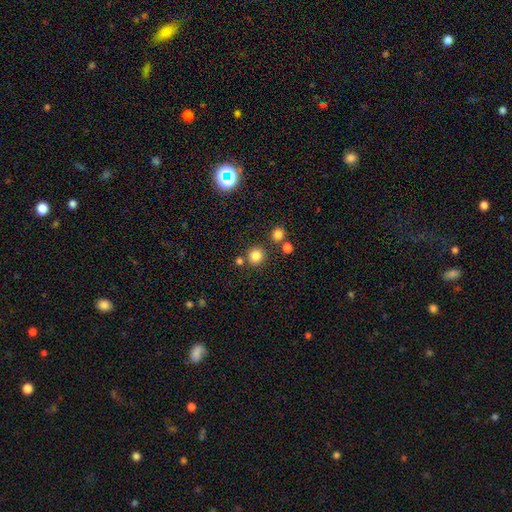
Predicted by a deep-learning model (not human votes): Q: Smooth or featured?
A: smooth (82%); runner-up: star or artifact (13%)
Q: How rounded?
A: round (91%); runner-up: in between (8%)
Q: Merging?
A: none (80%); runner-up: merger (10%)